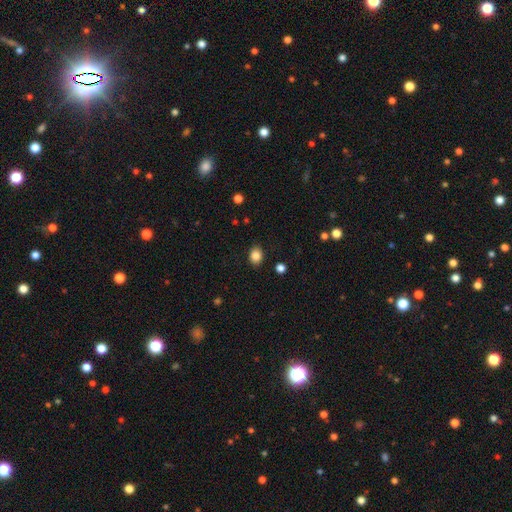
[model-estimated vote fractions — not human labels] Smooth or featured? Predicted: smooth (p=0.86). How rounded? Predicted: in between (p=0.53). Merging? Predicted: none (p=0.87).